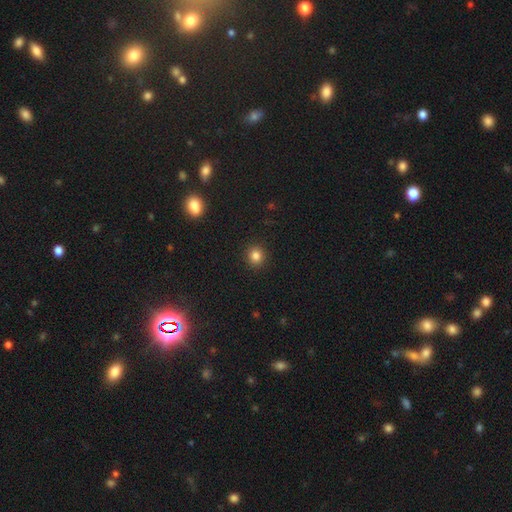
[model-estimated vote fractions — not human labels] Smooth or featured?
  - smooth: 83% *
  - star or artifact: 12%
  - featured or disk: 5%
How rounded?
  - round: 88% *
  - in between: 11%
  - cigar-shaped: 1%
Merging?
  - none: 92% *
  - minor disturbance: 5%
  - major disturbance: 2%
  - merger: 1%